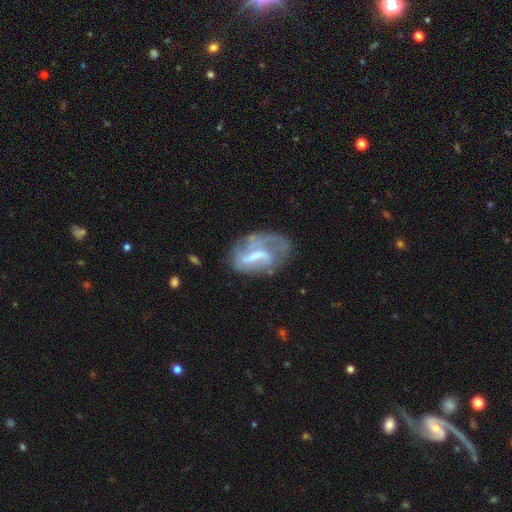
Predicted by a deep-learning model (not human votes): Smooth or featured? featured or disk (65%)
Edge-on disk? no (96%)
Bar? weak (39%)
Spiral arms? yes (65%)
Bulge size? none (37%)
Merging? none (38%)